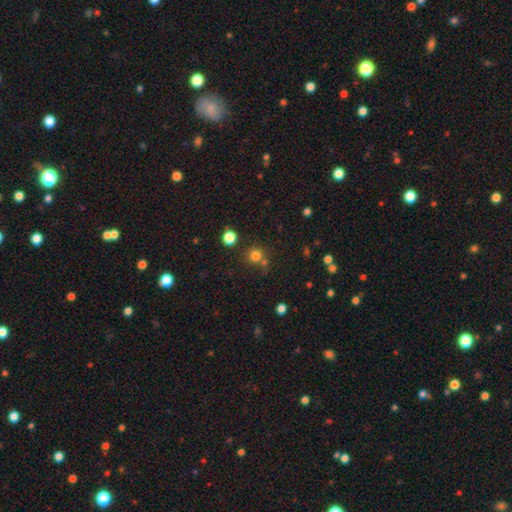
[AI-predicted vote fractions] Smooth or featured?
  - smooth: 75% *
  - star or artifact: 18%
  - featured or disk: 6%
How rounded?
  - round: 90% *
  - in between: 9%
  - cigar-shaped: 1%
Merging?
  - none: 66% *
  - merger: 20%
  - minor disturbance: 10%
  - major disturbance: 4%